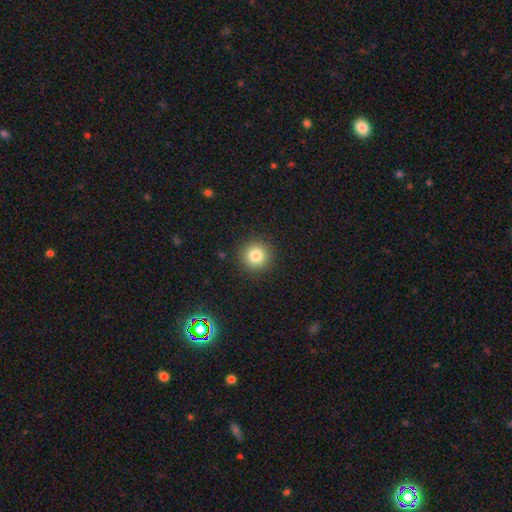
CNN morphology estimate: A smooth galaxy with no disk features (82%) that is round (95%). Merging: none (91%).